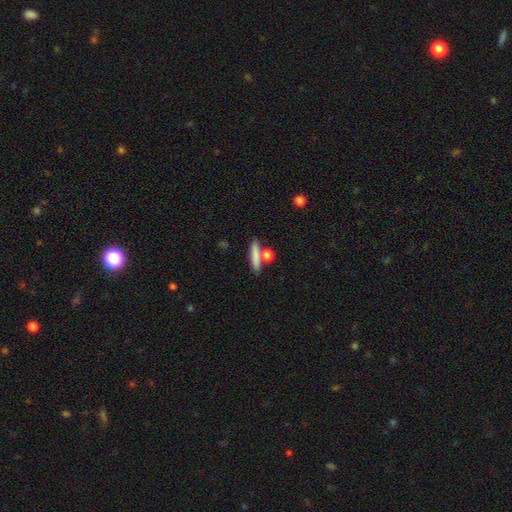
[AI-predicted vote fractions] The model was most divided on "how rounded": cigar-shaped: 66%, in between: 21%, round: 13%. More confident: smooth or featured — smooth (79%); merging — none (68%).